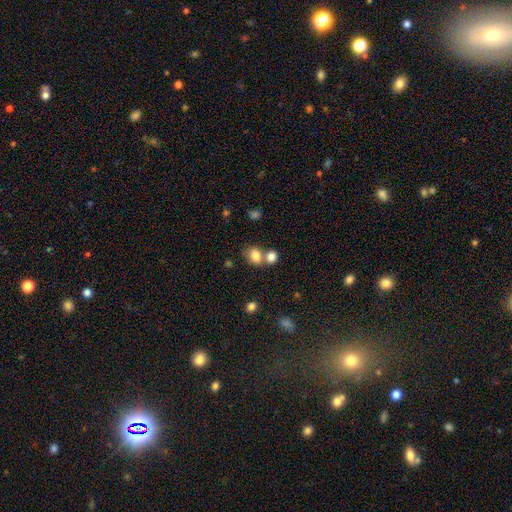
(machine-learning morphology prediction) The model was most divided on "how rounded": in between: 51%, round: 48%, cigar-shaped: 1%. Remaining: smooth or featured — smooth (82%); merging — none (46%).